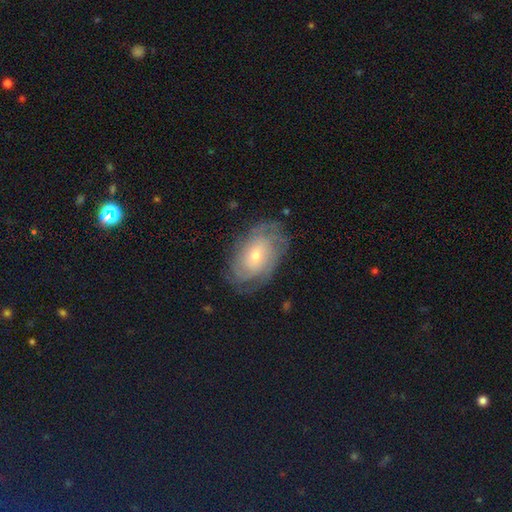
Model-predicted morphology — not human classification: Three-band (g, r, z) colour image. It shows a featured or disk galaxy (73%) with no bar (75%), tight (69%) spiral arms (89%) and a small central bulge (59%). Merging: none (74%).